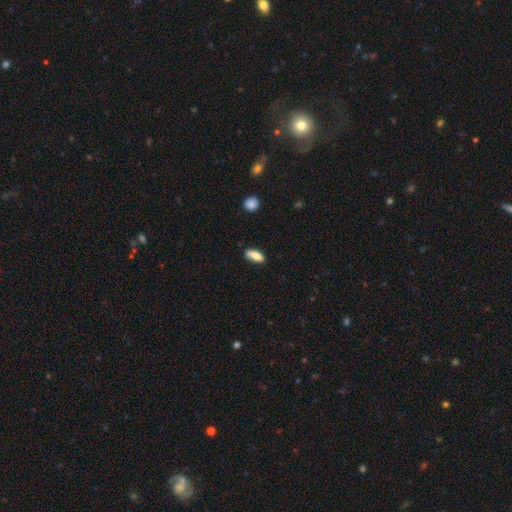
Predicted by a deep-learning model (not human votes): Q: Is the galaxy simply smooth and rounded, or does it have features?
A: smooth — 81%.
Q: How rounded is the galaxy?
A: in between — 75%.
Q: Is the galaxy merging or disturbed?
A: none — 75%.